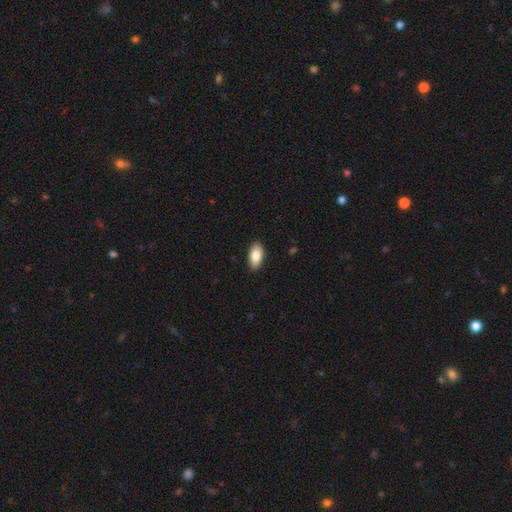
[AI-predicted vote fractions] A smooth galaxy with no disk features (82%) that is in between round and cigar-shaped (91%). Merging: none (89%).